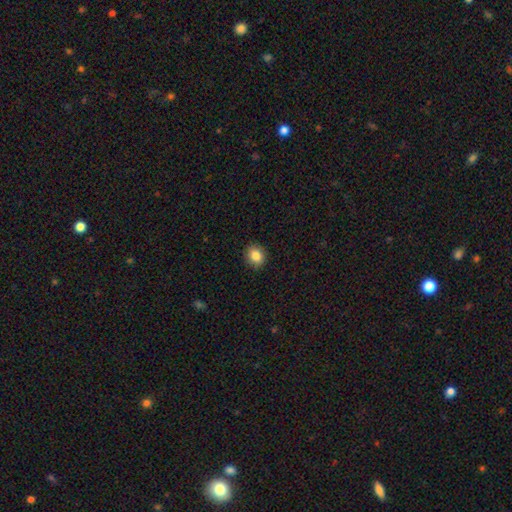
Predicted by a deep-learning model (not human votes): A smooth galaxy with no disk features (86%) that is round (66%). Merging: none (90%).